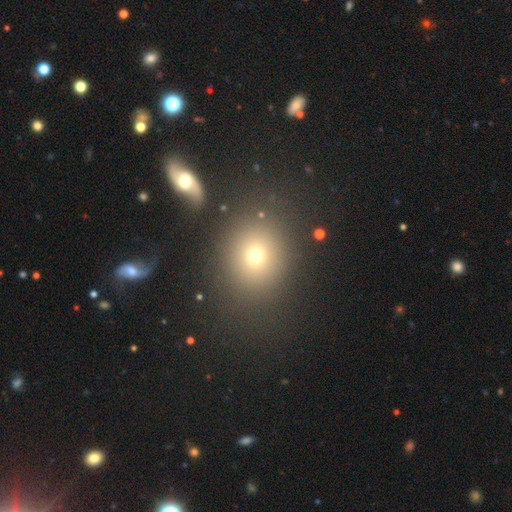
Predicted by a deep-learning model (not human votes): smooth_or_featured: smooth (p=0.70) [alt: star or artifact p=0.18]
how_rounded: round (p=0.73) [alt: in between p=0.25]
merging: none (p=0.83) [alt: minor disturbance p=0.09]